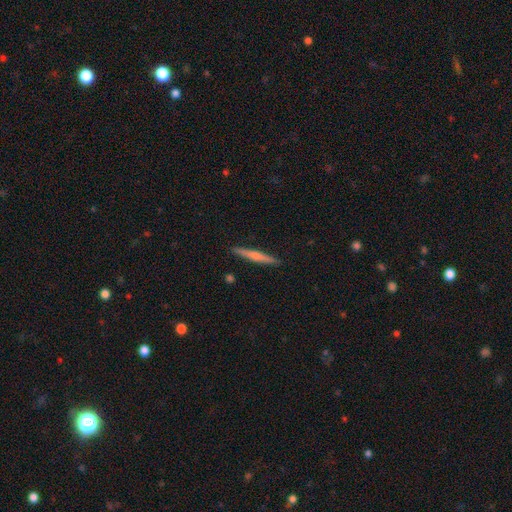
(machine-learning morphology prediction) smooth 49%, featured or disk 45%, star or artifact 6%. Down the decision tree: merging — none (91%).